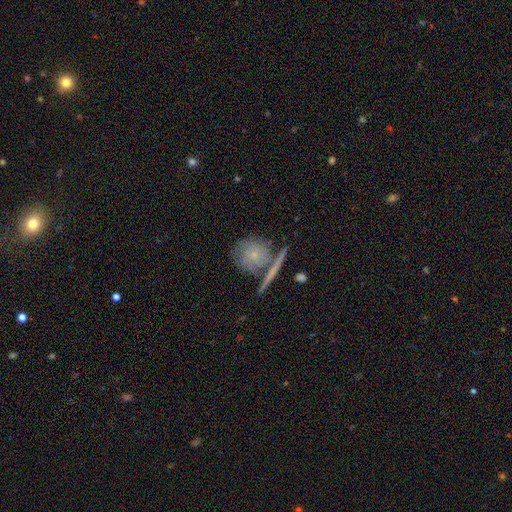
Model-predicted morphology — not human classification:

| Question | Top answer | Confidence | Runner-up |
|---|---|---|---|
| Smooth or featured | featured or disk | 55% | smooth (33%) |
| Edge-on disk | no | 76% | yes (24%) |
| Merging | none | 62% | merger (17%) |